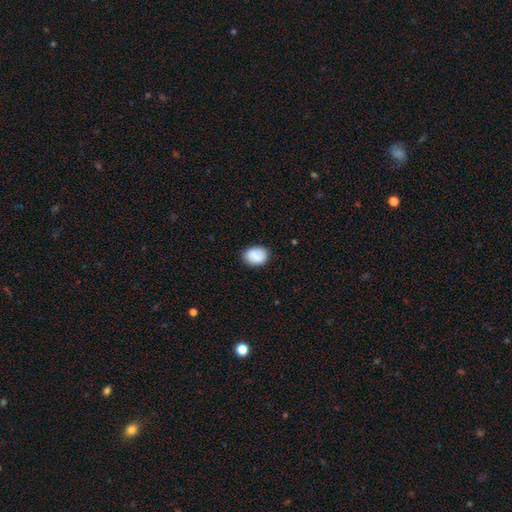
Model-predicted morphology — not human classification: Smooth or featured: smooth — 88% (star or artifact — 7%)
How rounded: in between — 63% (round — 36%)
Merging: none — 84% (minor disturbance — 12%)